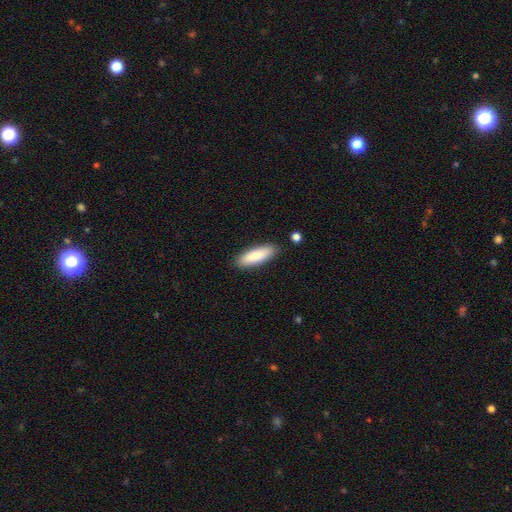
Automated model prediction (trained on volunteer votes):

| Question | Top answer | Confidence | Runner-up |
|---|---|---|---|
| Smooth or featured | smooth | 86% | featured or disk (8%) |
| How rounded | in between | 50% | cigar-shaped (49%) |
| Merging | none | 87% | minor disturbance (9%) |